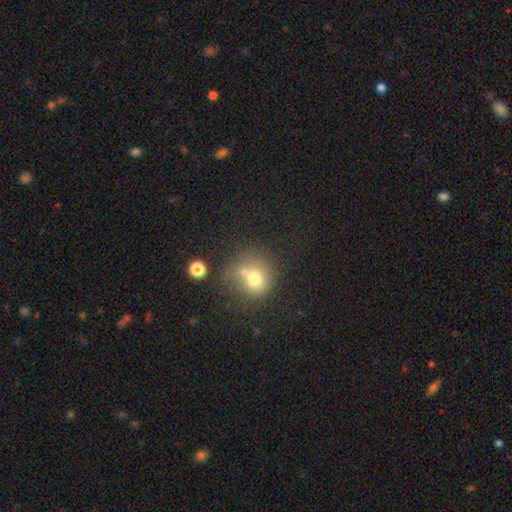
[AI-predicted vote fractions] Smooth or featured: smooth — 59% (star or artifact — 28%)
How rounded: round — 77% (in between — 21%)
Merging: none — 73% (minor disturbance — 13%)